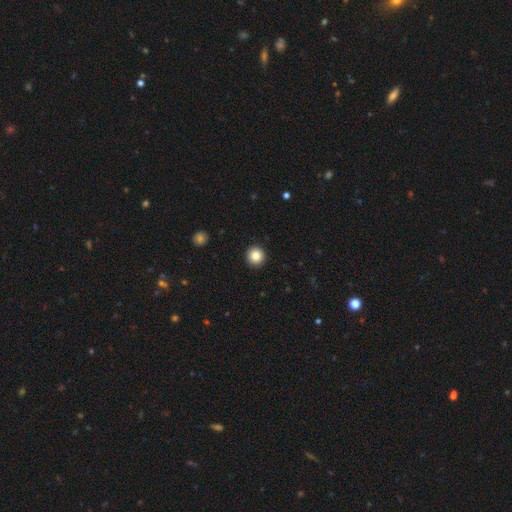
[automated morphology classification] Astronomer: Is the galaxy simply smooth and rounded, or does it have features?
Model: smooth — 85%.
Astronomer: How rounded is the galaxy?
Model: round — 95%.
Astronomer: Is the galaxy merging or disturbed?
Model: none — 93%.